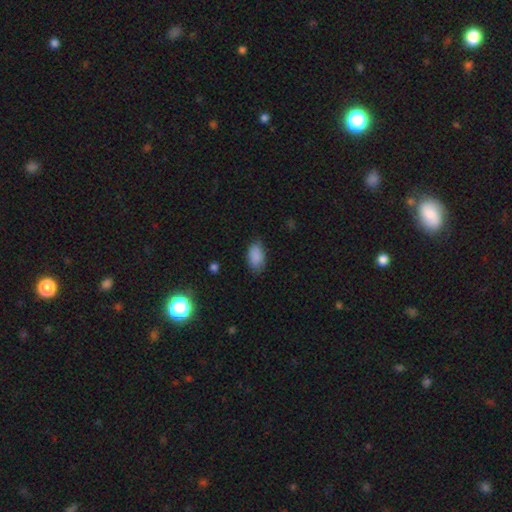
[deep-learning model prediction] This is clearly a smooth galaxy (88%). How rounded: clearly in between (93%). Merging: likely none (77%).